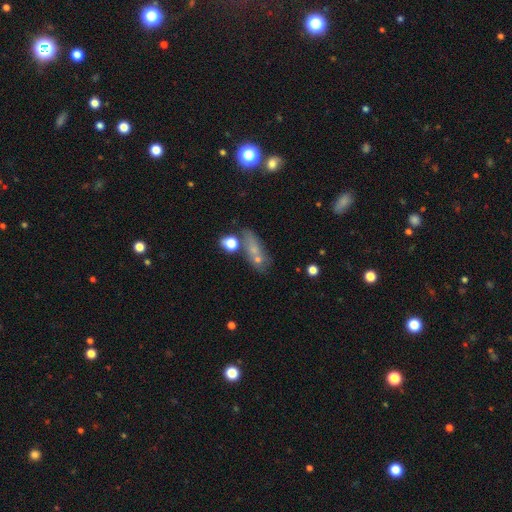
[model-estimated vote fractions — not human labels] This is possibly a smooth galaxy (53%). How rounded: possibly in between (47%). Merging: possibly none (54%).